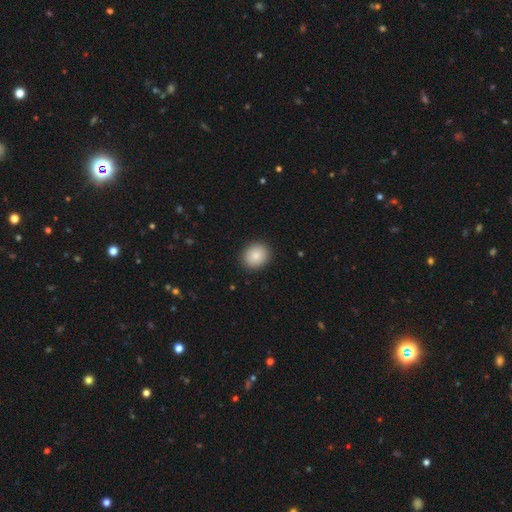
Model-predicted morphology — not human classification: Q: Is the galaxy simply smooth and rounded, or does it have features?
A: smooth — 86%.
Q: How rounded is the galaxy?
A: round — 70%.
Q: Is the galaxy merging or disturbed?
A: none — 91%.